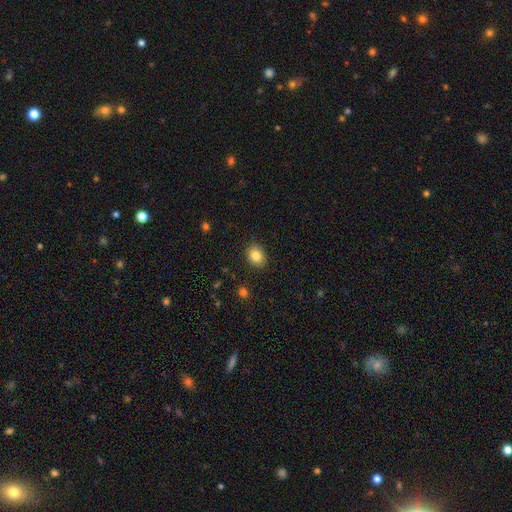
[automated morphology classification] A smooth galaxy with no disk features (84%) that is in between round and cigar-shaped (64%).

Vote fractions:
- Smooth or featured? smooth: 84% / star or artifact: 9% / featured or disk: 7%
- How rounded? in between: 64% / round: 35% / cigar-shaped: 1%
- Merging? none: 88% / minor disturbance: 9% / major disturbance: 2% / merger: 1%